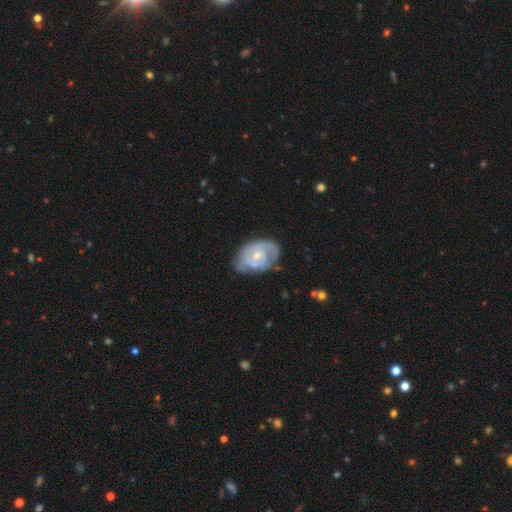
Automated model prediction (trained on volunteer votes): Smooth or featured: featured or disk — 73% (smooth — 22%)
Edge-on disk: no — 97% (yes — 3%)
Bar: no — 68% (weak — 28%)
Spiral arms: yes — 76% (no — 24%)
Spiral winding: tight — 54% (medium — 34%)
Spiral arm count: 2 — 40% (can't tell — 37%)
Bulge size: small — 56% (moderate — 40%)
Merging: none — 50% (minor disturbance — 32%)